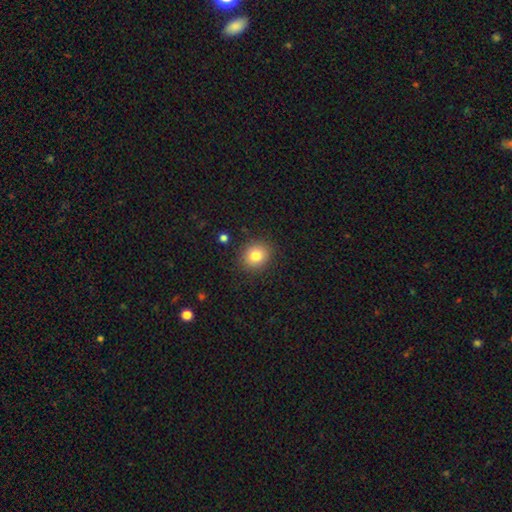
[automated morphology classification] Smooth or featured? Predicted: smooth (p=0.81). How rounded? Predicted: round (p=0.80). Merging? Predicted: none (p=0.88).